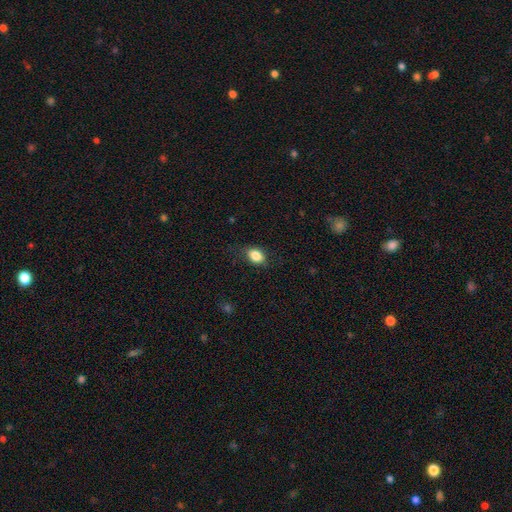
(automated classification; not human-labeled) Smooth or featured? Predicted: smooth (p=0.85). How rounded? Predicted: in between (p=0.73). Merging? Predicted: none (p=0.78).